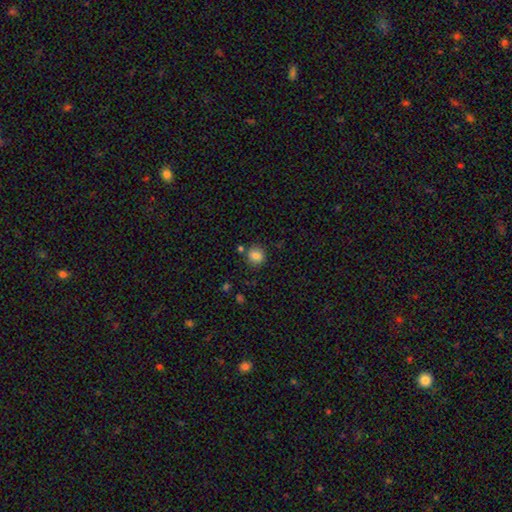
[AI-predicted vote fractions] This is clearly a smooth galaxy (84%). How rounded: clearly round (87%). Merging: clearly none (82%).